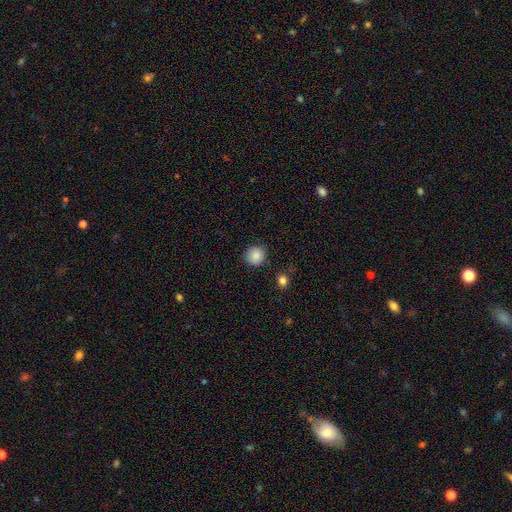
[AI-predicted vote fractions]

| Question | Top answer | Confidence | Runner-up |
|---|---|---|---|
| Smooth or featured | smooth | 88% | star or artifact (9%) |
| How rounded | round | 93% | in between (6%) |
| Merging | none | 89% | minor disturbance (7%) |